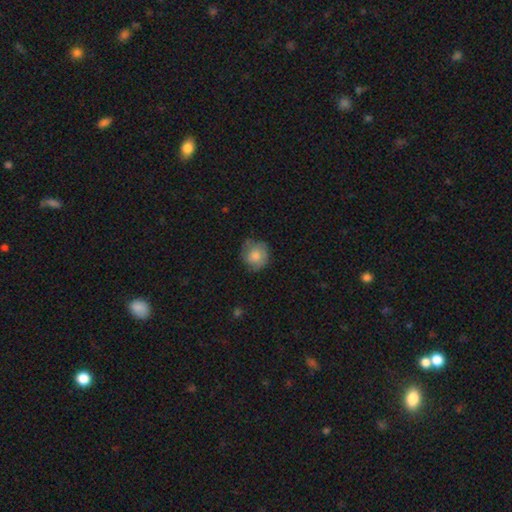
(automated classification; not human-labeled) smooth_or_featured: smooth (p=0.73) [alt: featured or disk p=0.20]
how_rounded: round (p=0.85) [alt: in between p=0.14]
merging: none (p=0.69) [alt: minor disturbance p=0.24]